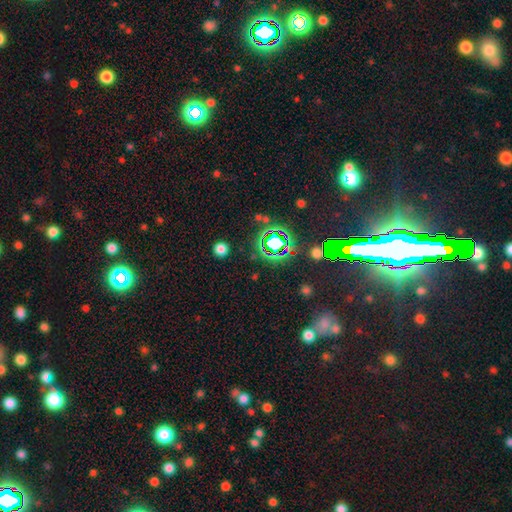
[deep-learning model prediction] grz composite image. It shows a star or artifact, not a galaxy (76%).